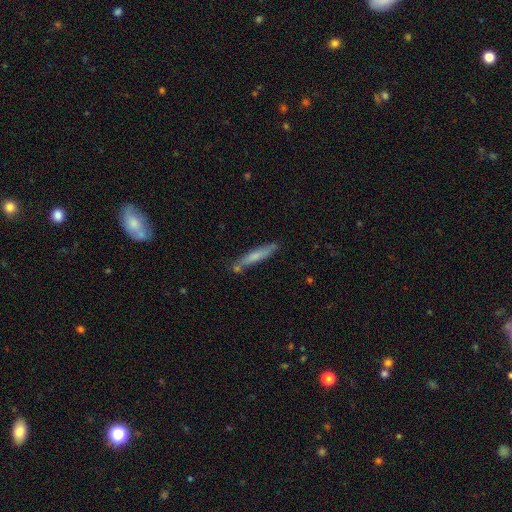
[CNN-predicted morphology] smooth_or_featured: smooth (p=0.62) [alt: featured or disk p=0.32]
how_rounded: cigar-shaped (p=0.93) [alt: in between p=0.06]
merging: none (p=0.76) [alt: minor disturbance p=0.14]